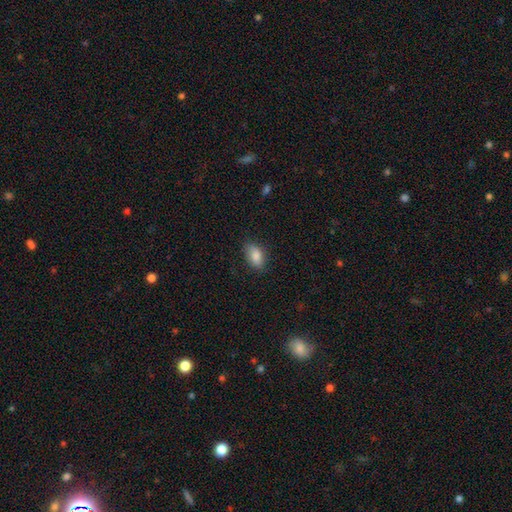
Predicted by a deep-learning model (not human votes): Overall: smooth (86%). How rounded: in between (89%). Merging: none (80%).